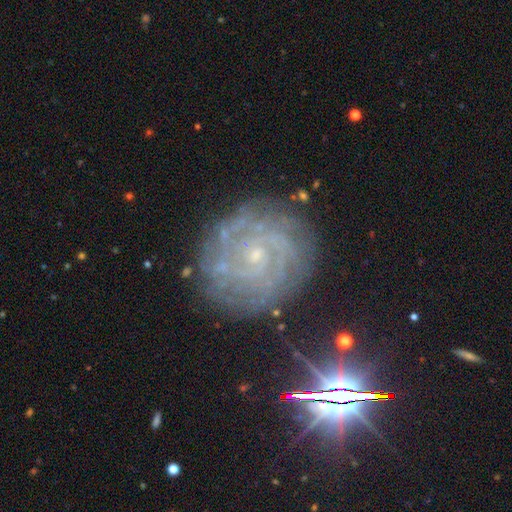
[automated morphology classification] Smooth or featured: featured or disk — 81% (star or artifact — 11%)
Edge-on disk: no — 97% (yes — 3%)
Bar: no — 73% (weak — 21%)
Spiral arms: yes — 96% (no — 4%)
Spiral winding: tight — 77% (medium — 20%)
Spiral arm count: can't tell — 33% (2 — 18%)
Bulge size: small — 83% (moderate — 12%)
Merging: none — 79% (minor disturbance — 14%)